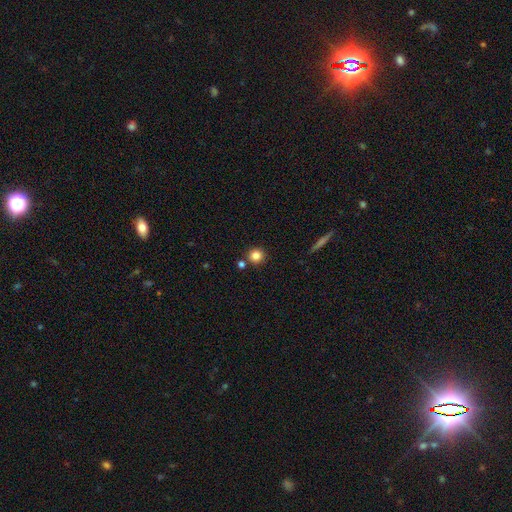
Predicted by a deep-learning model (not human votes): Smooth or featured: smooth — 83% (star or artifact — 11%)
How rounded: round — 94% (in between — 5%)
Merging: none — 82% (merger — 9%)